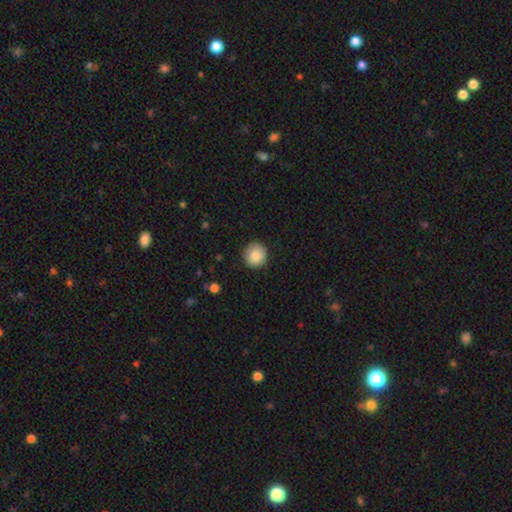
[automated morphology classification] Q: Smooth or featured?
A: smooth (86%); runner-up: star or artifact (8%)
Q: How rounded?
A: round (93%); runner-up: in between (6%)
Q: Merging?
A: none (89%); runner-up: minor disturbance (8%)